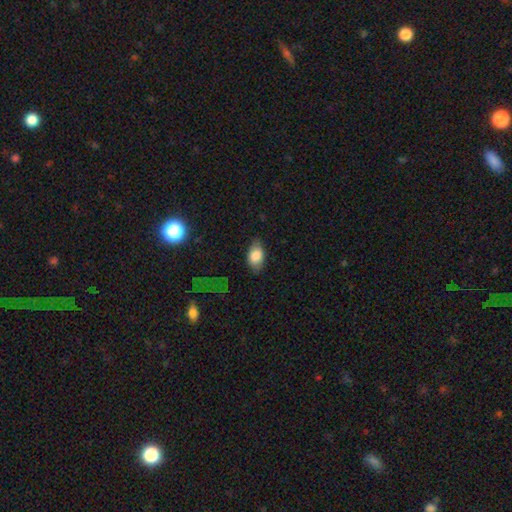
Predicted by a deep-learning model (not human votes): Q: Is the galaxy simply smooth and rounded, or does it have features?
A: smooth — 82%.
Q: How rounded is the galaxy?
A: in between — 89%.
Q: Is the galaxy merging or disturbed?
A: none — 76%.